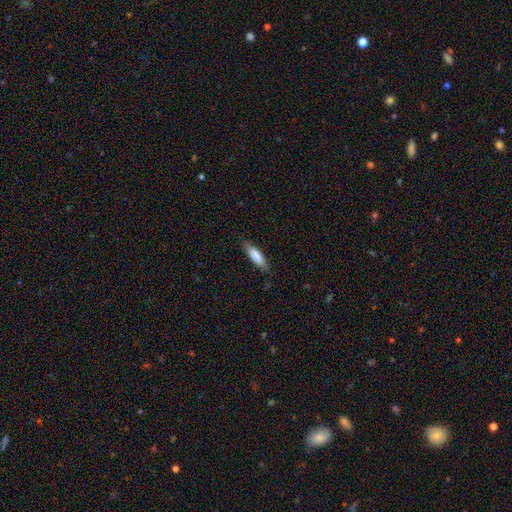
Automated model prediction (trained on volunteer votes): smooth 78%, featured or disk 16%, star or artifact 6%. Down the decision tree: how rounded — cigar-shaped (61%); merging — none (83%).